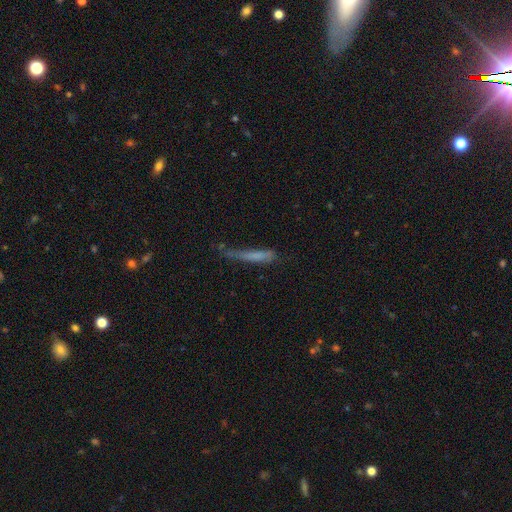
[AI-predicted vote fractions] This is likely a smooth galaxy (63%). How rounded: clearly cigar-shaped (92%). Merging: marginally none (43%).